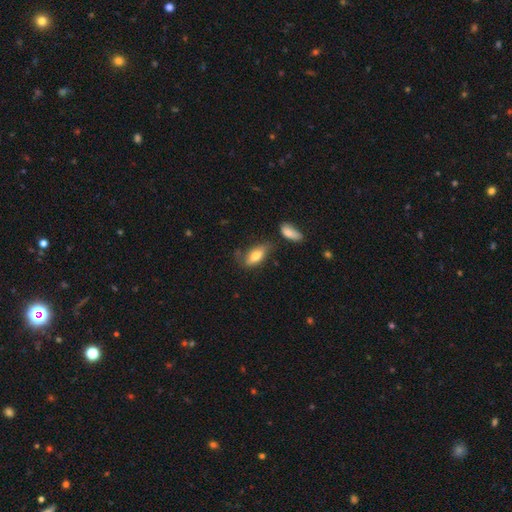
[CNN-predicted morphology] A smooth galaxy with no disk features (77%) that is in between round and cigar-shaped (84%). Merging: none (56%).